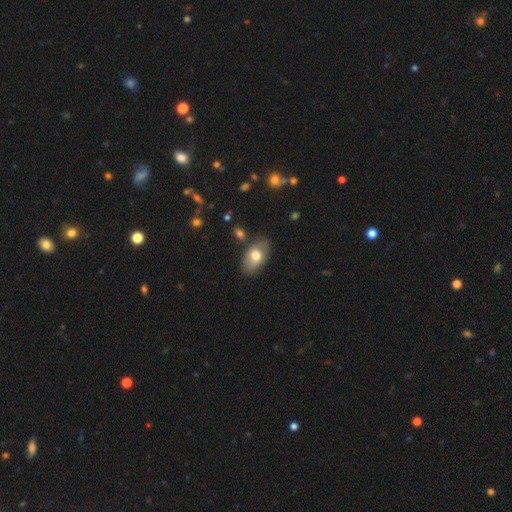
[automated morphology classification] Smooth or featured? smooth (71%)
How rounded? in between (91%)
Merging? none (76%)